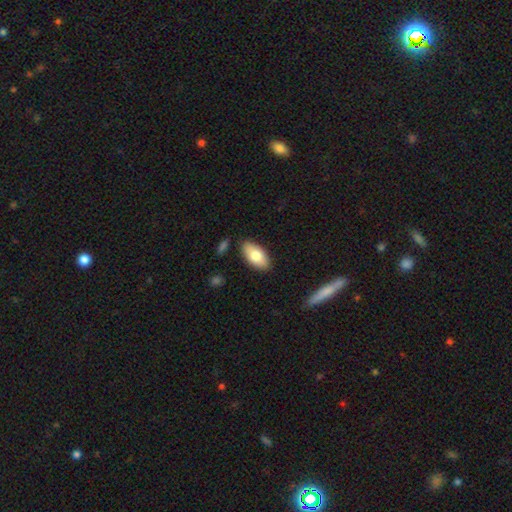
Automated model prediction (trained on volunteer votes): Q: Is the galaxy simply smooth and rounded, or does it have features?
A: smooth — 78%.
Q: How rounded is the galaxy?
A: in between — 93%.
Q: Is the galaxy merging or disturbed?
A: none — 85%.